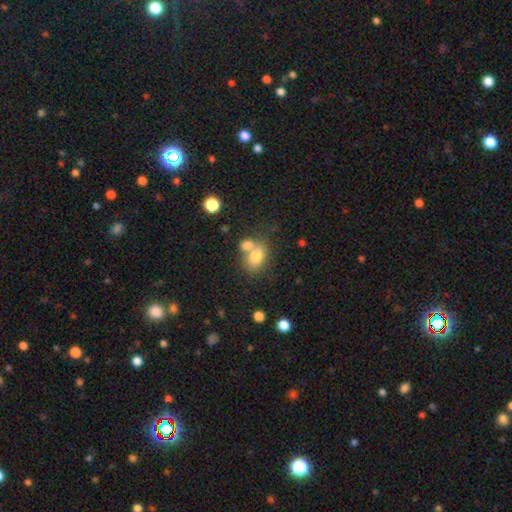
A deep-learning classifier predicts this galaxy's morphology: Smooth or featured? smooth (77%)
How rounded? in between (66%)
Merging? merger (44%)